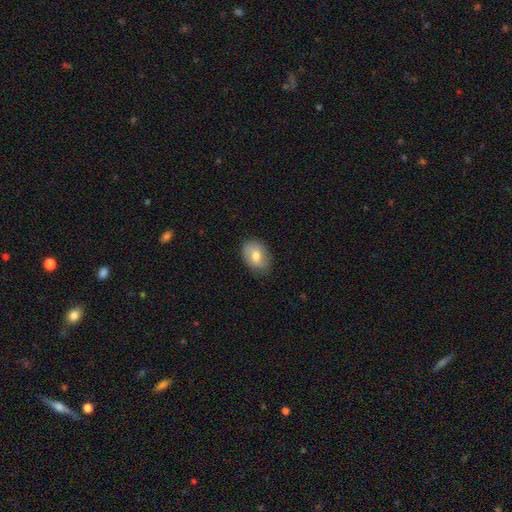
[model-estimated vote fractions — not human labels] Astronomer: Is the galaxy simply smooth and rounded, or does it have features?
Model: smooth — 73%.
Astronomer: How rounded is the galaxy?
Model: in between — 71%.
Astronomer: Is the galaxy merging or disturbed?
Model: none — 80%.